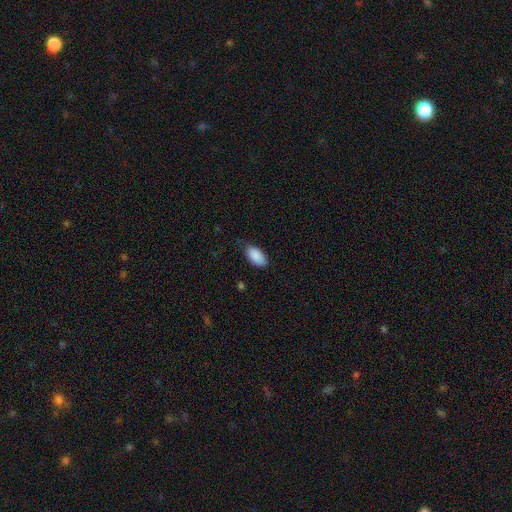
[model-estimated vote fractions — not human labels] Smooth or featured: smooth — 89% (star or artifact — 6%)
How rounded: in between — 94% (round — 3%)
Merging: none — 70% (minor disturbance — 25%)